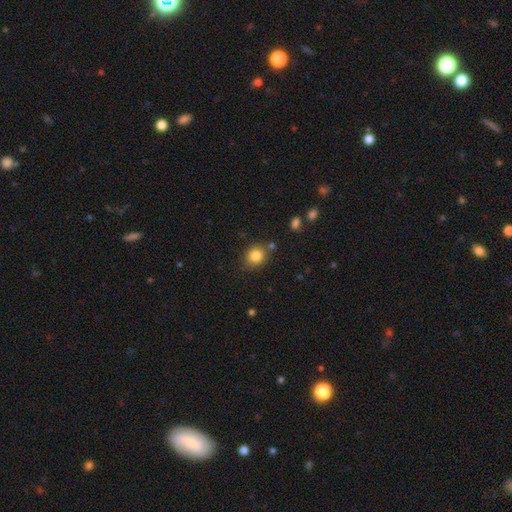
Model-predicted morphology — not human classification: Smooth or featured: smooth — 83% (star or artifact — 11%)
How rounded: round — 74% (in between — 25%)
Merging: none — 78% (minor disturbance — 13%)